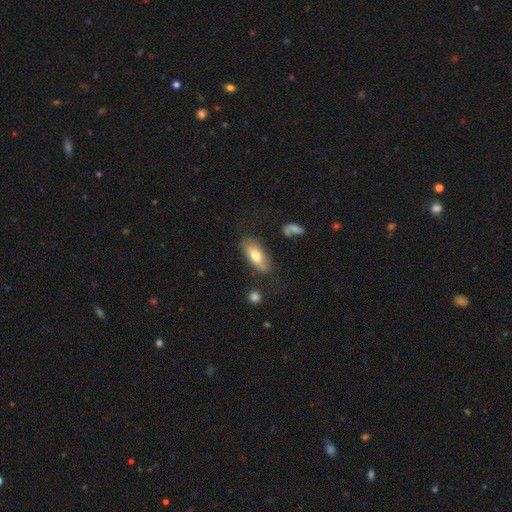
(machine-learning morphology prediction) This appears to be a smooth galaxy with no disk features (64%) that is in between round and cigar-shaped (70%). Merging: none (71%).